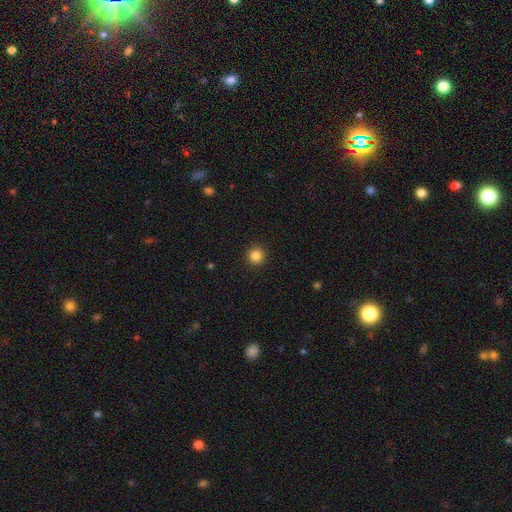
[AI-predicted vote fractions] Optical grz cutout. It shows a smooth galaxy with no disk features (85%) that is round (96%). Merging: none (93%).